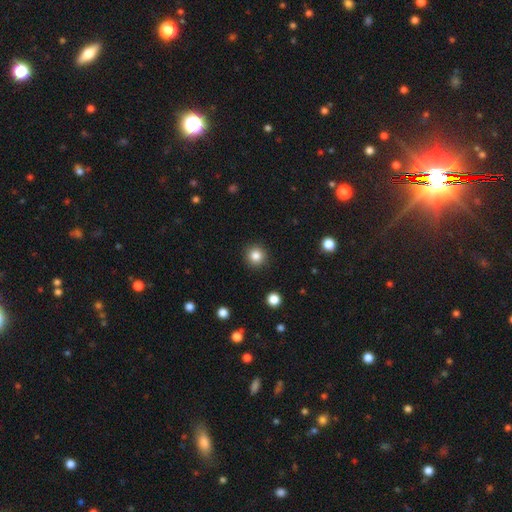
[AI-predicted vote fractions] Overall: smooth (83%). How rounded: round (95%). Merging: none (92%).